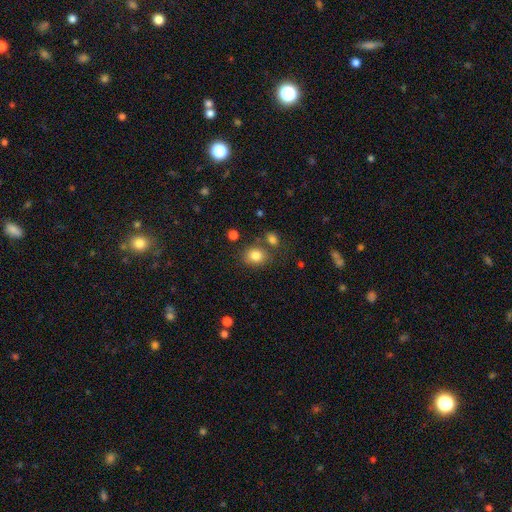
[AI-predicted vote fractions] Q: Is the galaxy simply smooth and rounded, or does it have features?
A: smooth — 82%.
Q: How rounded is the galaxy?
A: round — 56%.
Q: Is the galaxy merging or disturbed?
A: none — 71%.